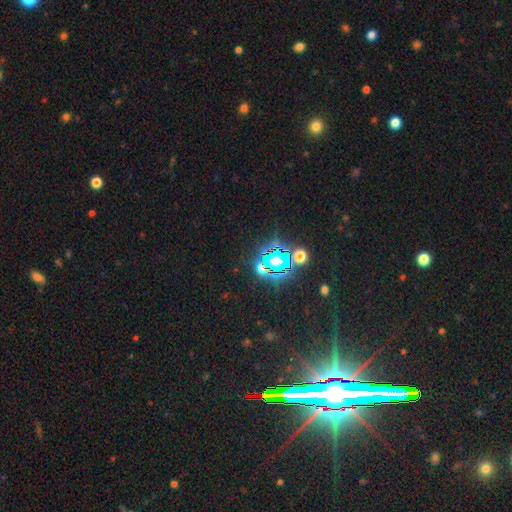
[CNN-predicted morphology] Smooth or featured? star or artifact (84%)